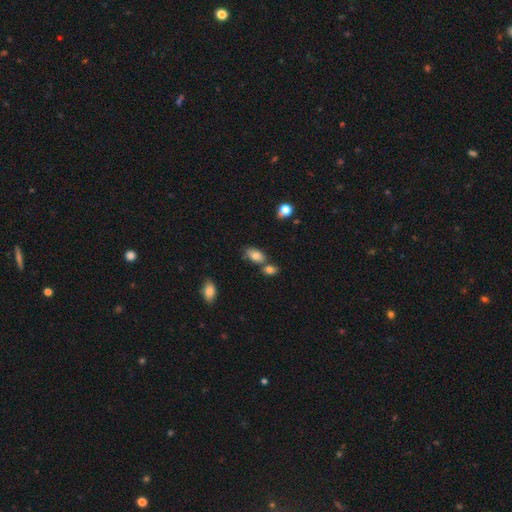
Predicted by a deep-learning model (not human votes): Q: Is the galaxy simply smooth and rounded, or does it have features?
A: smooth — 79%.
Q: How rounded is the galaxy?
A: in between — 90%.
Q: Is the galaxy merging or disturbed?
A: none — 57%.